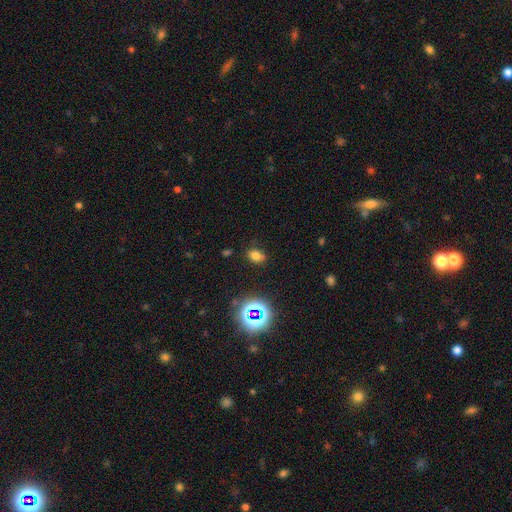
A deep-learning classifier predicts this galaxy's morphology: The model was most divided on "smooth or featured": smooth: 70%, star or artifact: 22%, featured or disk: 7%. More confident: merging — none (79%); how rounded — in between (74%).